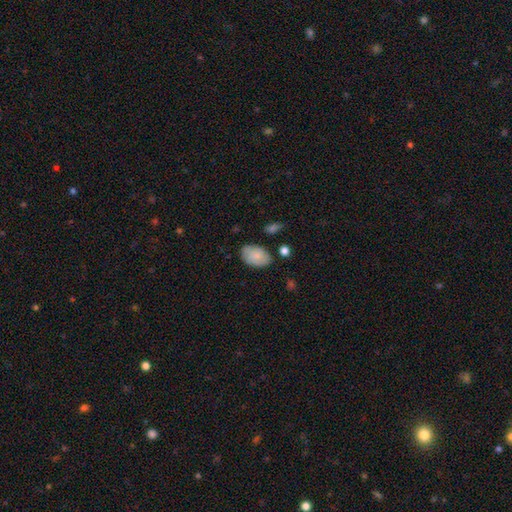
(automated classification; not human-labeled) smooth-or-featured: smooth: 82% | featured or disk: 12% | star or artifact: 6%
  how-rounded: in between: 89% | round: 9% | cigar-shaped: 1%
  merging: none: 77% | minor disturbance: 16% | major disturbance: 3% | merger: 3%